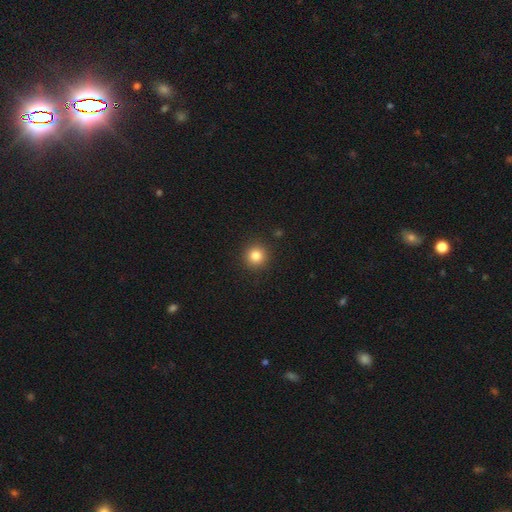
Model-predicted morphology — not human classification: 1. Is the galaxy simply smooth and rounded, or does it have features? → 83% smooth, 12% star or artifact, 5% featured or disk.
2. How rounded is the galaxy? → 94% round, 5% in between, 1% cigar-shaped.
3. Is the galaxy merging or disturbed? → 92% none, 5% minor disturbance, 2% major disturbance, 1% merger.